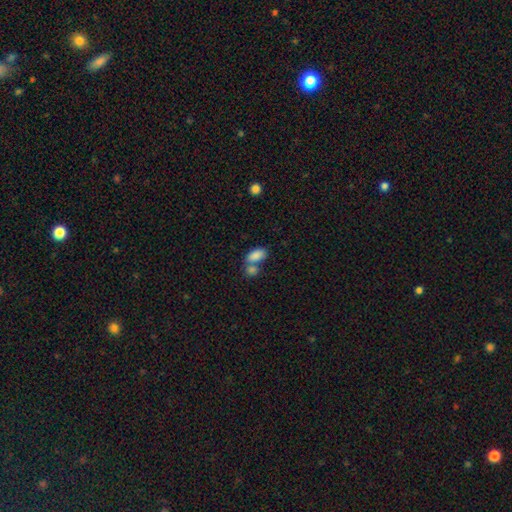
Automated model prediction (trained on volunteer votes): smooth-or-featured: smooth: 85% | star or artifact: 8% | featured or disk: 7%
  how-rounded: in between: 92% | round: 5% | cigar-shaped: 3%
  merging: merger: 49% | none: 37% | minor disturbance: 10% | major disturbance: 4%